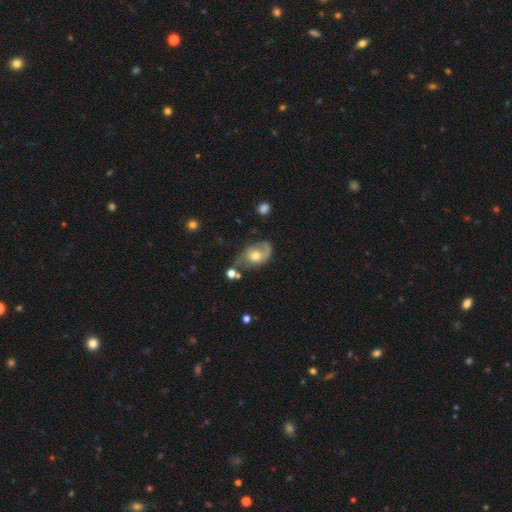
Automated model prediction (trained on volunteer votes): Overall: featured or disk (57%; smooth 36%). Edge-on disk: no (95%). Bar: no (73%). Spiral arms: yes (76%). Bulge size: moderate (70%). Merging: none (45%; minor disturbance 27%).